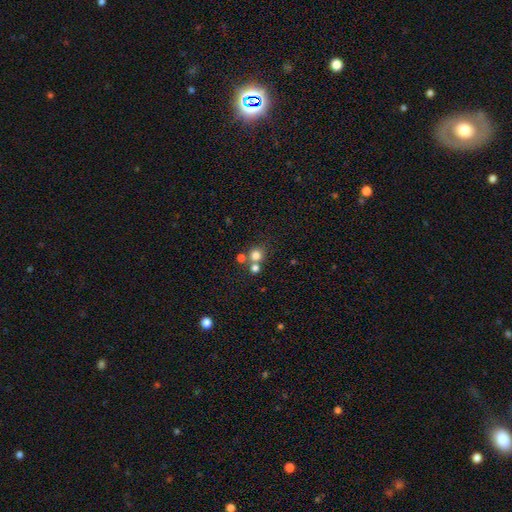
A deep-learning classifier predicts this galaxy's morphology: The model was most divided on "merging": none: 57%, merger: 33%, minor disturbance: 7%, major disturbance: 3%. More confident: how rounded — round (89%); smooth or featured — smooth (77%).